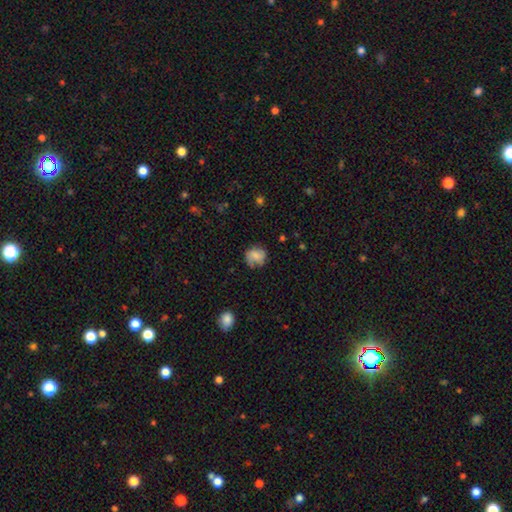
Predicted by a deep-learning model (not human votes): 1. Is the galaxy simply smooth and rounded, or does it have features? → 67% smooth, 24% featured or disk, 9% star or artifact.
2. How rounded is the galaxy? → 74% round, 25% in between, 1% cigar-shaped.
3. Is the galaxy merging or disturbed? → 61% none, 26% minor disturbance, 10% major disturbance, 2% merger.